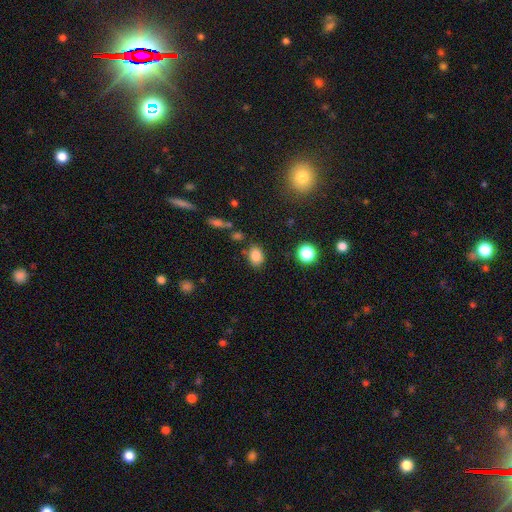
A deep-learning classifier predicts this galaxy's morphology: smooth 83%, star or artifact 10%, featured or disk 6%. Down the decision tree: how rounded — in between (71%); merging — none (78%).